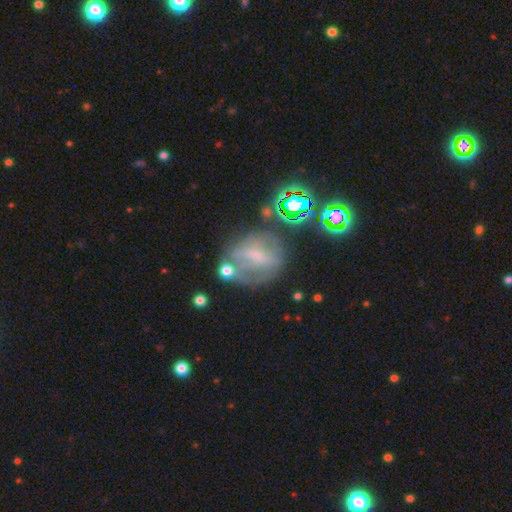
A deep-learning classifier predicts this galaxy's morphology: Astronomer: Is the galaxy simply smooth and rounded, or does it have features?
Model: featured or disk — 46% (runner-up: smooth, 33%).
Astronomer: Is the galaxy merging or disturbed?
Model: none — 56%.